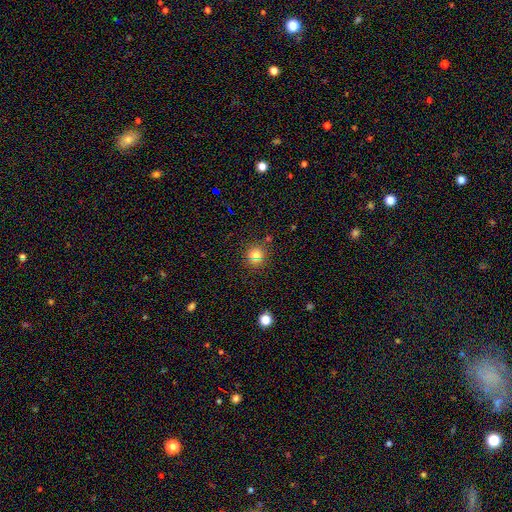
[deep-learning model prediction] This is likely a smooth galaxy (75%). How rounded: clearly round (91%). Merging: clearly none (82%).